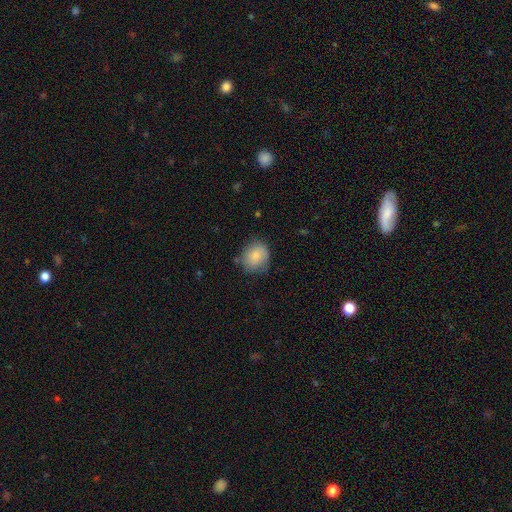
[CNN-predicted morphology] smooth-or-featured: smooth: 80% | featured or disk: 12% | star or artifact: 7%
  how-rounded: round: 67% | in between: 32% | cigar-shaped: 1%
  merging: none: 69% | minor disturbance: 23% | major disturbance: 6% | merger: 2%